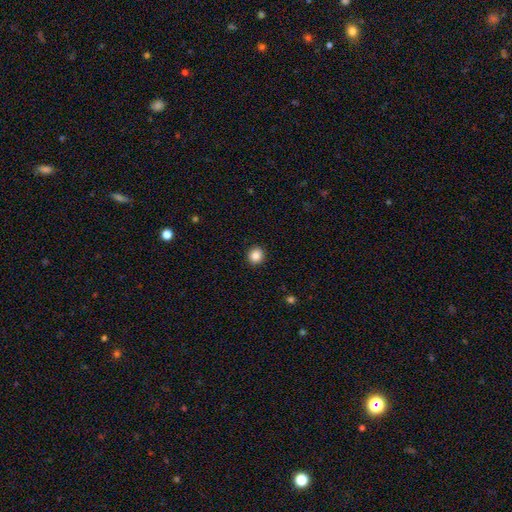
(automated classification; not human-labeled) Morphology: type=smooth (87%); roundness=round (90%); merging=none (92%).